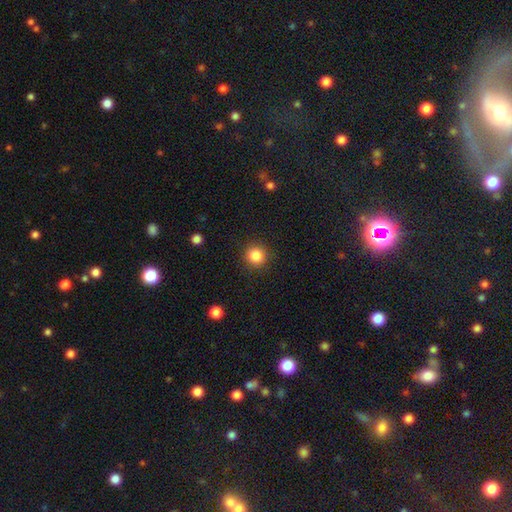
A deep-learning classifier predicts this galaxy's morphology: smooth-or-featured: smooth: 86% | star or artifact: 10% | featured or disk: 4%
  how-rounded: round: 93% | in between: 6% | cigar-shaped: 1%
  merging: none: 91% | minor disturbance: 6% | major disturbance: 2% | merger: 1%